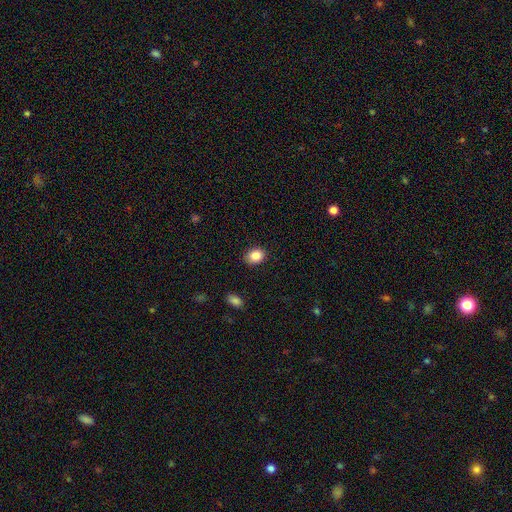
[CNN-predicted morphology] This appears to be a smooth galaxy with no disk features (85%) that is in between round and cigar-shaped (65%). Merging: none (88%).